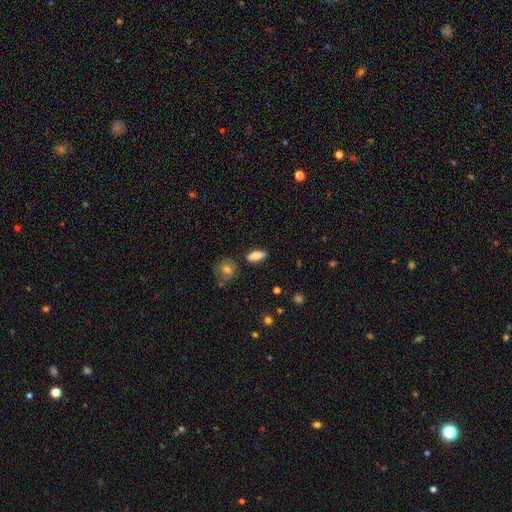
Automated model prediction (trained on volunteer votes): Smooth or featured: smooth — 80% (featured or disk — 12%)
How rounded: in between — 70% (cigar-shaped — 26%)
Merging: none — 83% (minor disturbance — 11%)